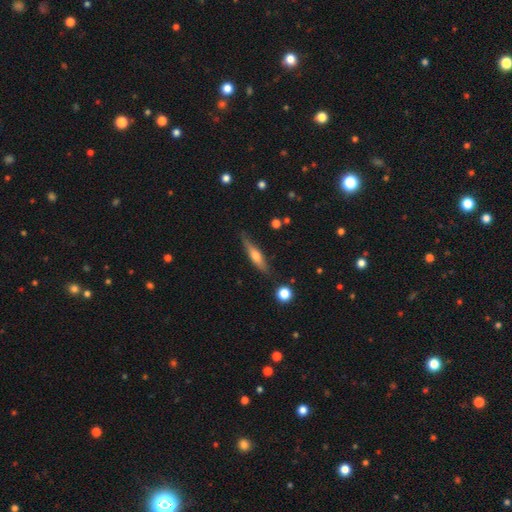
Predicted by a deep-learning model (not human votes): This appears to be a smooth galaxy with no disk features (47%). Merging: none (79%).